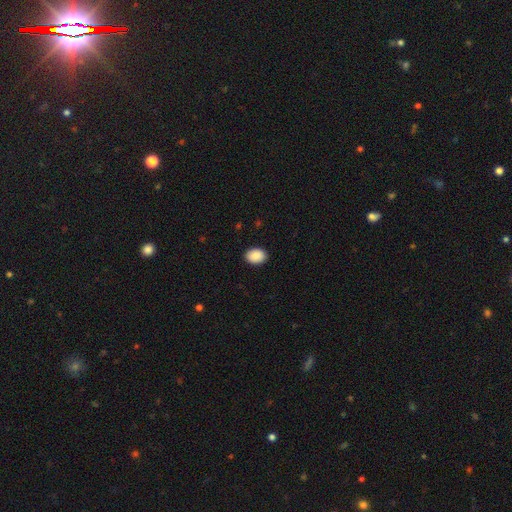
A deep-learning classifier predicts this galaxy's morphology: This appears to be a smooth galaxy with no disk features (90%) that is in between round and cigar-shaped (76%). Merging: none (90%).